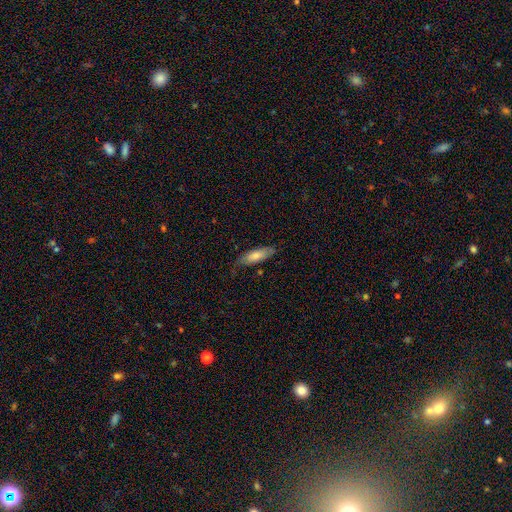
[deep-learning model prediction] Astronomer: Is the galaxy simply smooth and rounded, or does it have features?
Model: smooth — 72%.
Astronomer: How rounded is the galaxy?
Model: in between — 51% (runner-up: cigar-shaped, 47%).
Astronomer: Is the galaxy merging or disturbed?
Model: none — 77%.